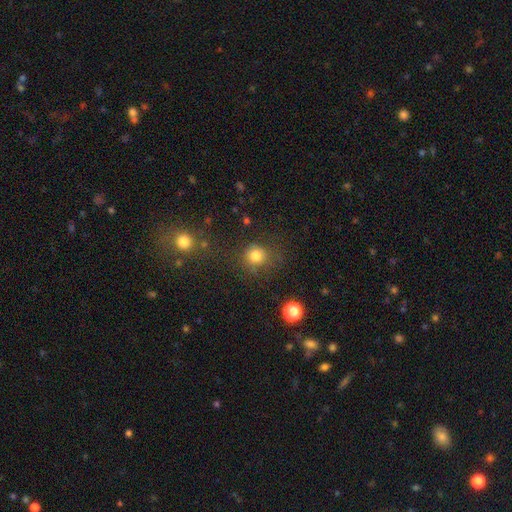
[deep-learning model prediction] Q: Smooth or featured?
A: smooth (80%); runner-up: star or artifact (14%)
Q: How rounded?
A: round (87%); runner-up: in between (12%)
Q: Merging?
A: none (72%); runner-up: minor disturbance (15%)